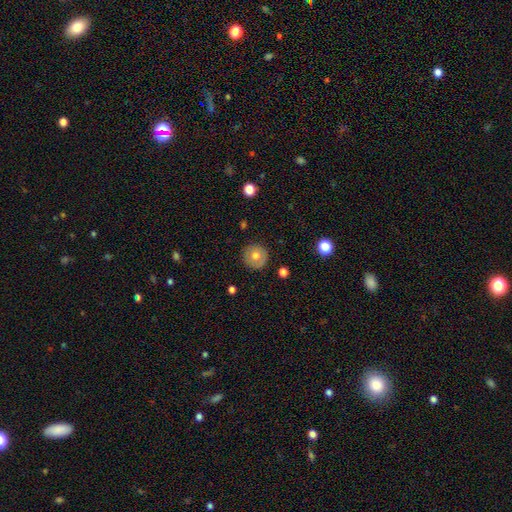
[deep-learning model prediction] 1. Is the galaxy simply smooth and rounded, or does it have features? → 68% smooth, 23% featured or disk, 9% star or artifact.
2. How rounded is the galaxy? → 95% round, 5% in between, 1% cigar-shaped.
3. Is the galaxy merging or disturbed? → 88% none, 9% minor disturbance, 2% major disturbance, 1% merger.